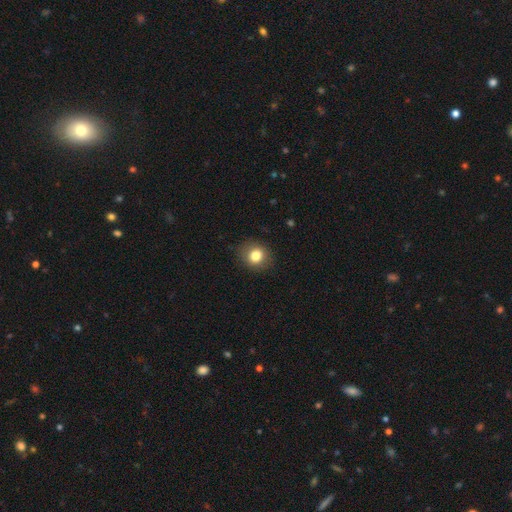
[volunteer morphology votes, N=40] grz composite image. It shows a smooth galaxy with no disk features (90%) that is round (61%). Merging: none (95%).